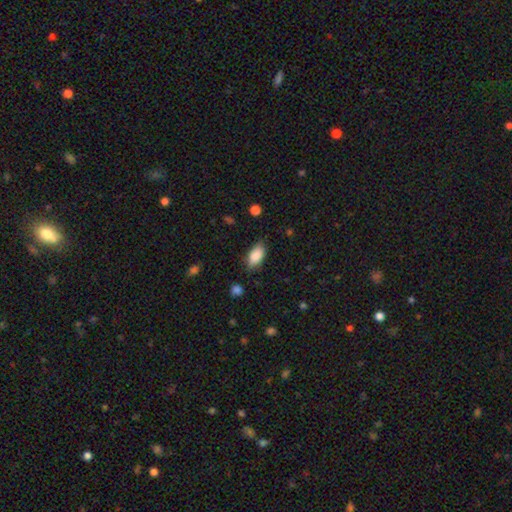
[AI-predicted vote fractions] Smooth or featured: smooth — 87% (star or artifact — 7%)
How rounded: in between — 92% (cigar-shaped — 5%)
Merging: none — 79% (minor disturbance — 16%)